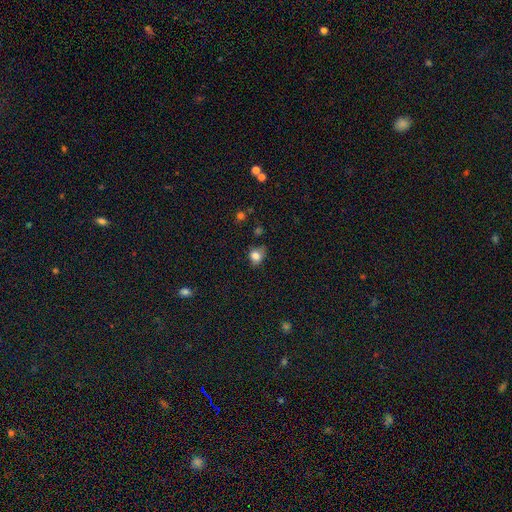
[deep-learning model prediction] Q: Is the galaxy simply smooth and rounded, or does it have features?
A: smooth — 80%.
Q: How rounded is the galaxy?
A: round — 55%.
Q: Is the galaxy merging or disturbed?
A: none — 54%.